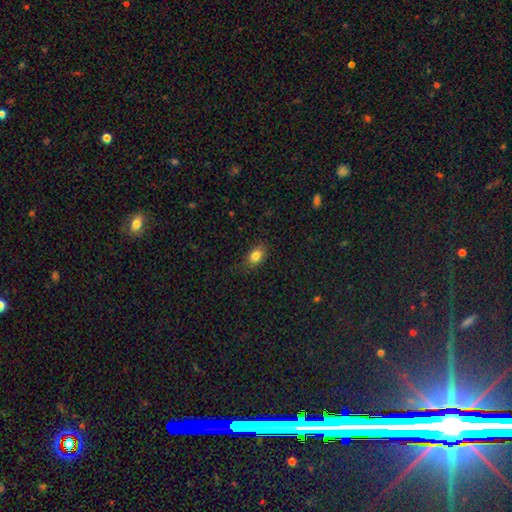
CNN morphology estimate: This is clearly a smooth galaxy (83%). How rounded: likely in between (80%). Merging: clearly none (82%).